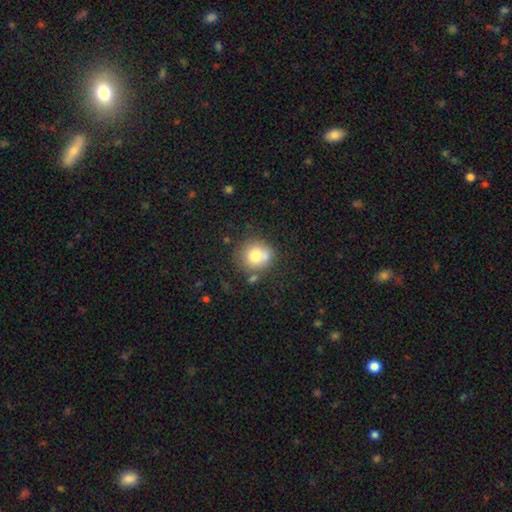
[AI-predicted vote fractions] This appears to be a smooth galaxy with no disk features (75%) that is round (87%). Merging: none (65%).